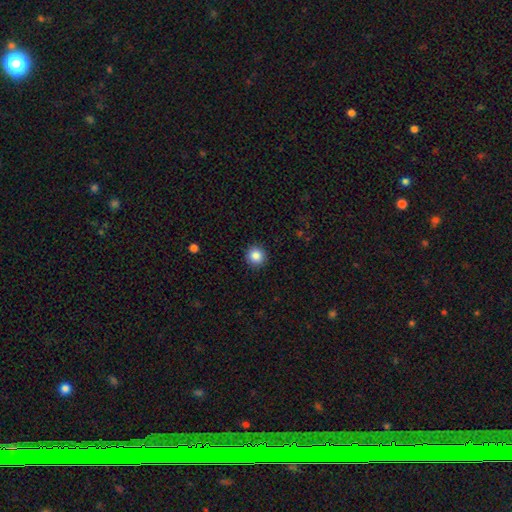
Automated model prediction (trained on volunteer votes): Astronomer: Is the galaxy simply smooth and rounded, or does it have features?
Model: smooth — 86%.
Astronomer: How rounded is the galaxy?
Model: round — 95%.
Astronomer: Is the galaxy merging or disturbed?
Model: none — 92%.